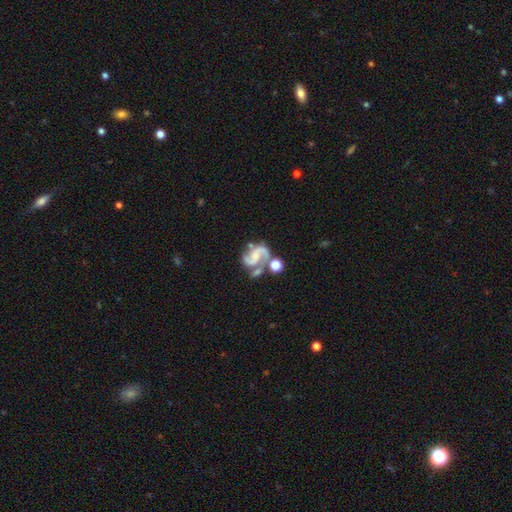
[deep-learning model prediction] featured or disk 88%, smooth 6%, star or artifact 6%. Down the decision tree: edge-on disk — no (98%); bar — no (52%); spiral arms — yes (97%); spiral arm count — 2 (89%); spiral winding — medium (55%); bulge size — small (39%); merging — none (43%).